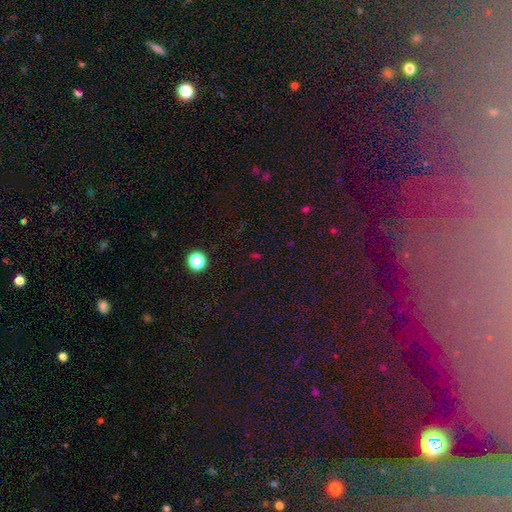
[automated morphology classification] Smooth or featured? Predicted: star or artifact (p=0.59).